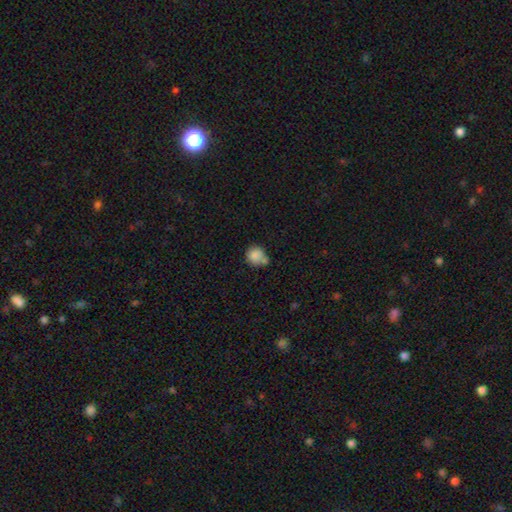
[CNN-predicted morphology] This appears to be a smooth galaxy with no disk features (84%) that is round (87%). Merging: none (52%).